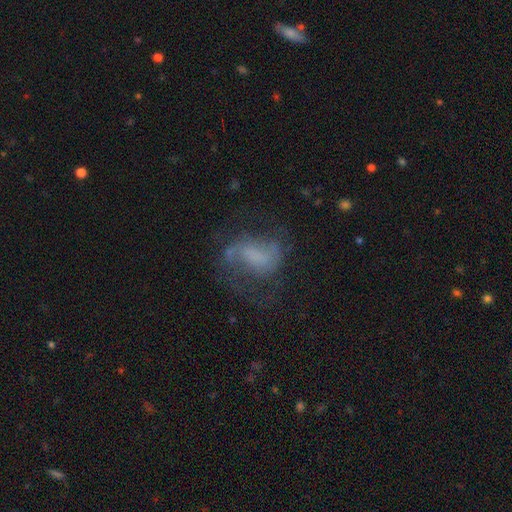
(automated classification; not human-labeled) featured or disk 64%, smooth 23%, star or artifact 13%. Down the decision tree: edge-on disk — no (97%); bar — no (41%); spiral arms — yes (81%); spiral arm count — 2 (76%); spiral winding — medium (44%); bulge size — none (52%); merging — none (53%).